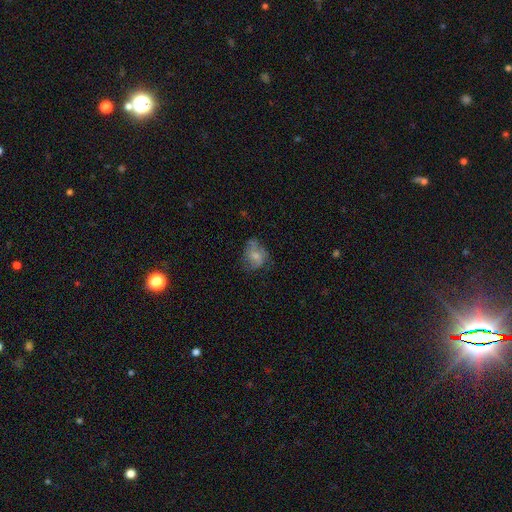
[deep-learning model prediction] The model was most divided on "how rounded": in between: 57%, round: 42%, cigar-shaped: 1%. Remaining: smooth or featured — smooth (57%); merging — none (46%).